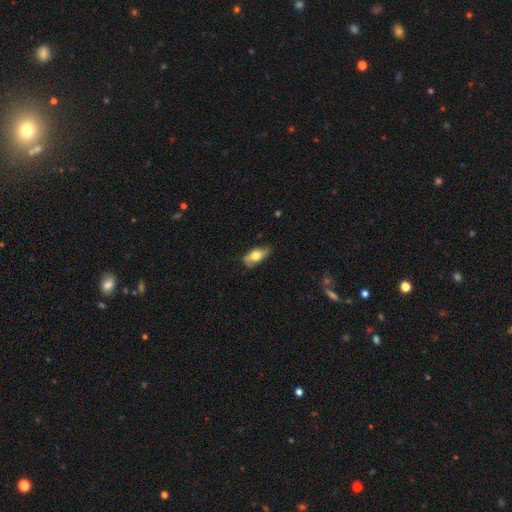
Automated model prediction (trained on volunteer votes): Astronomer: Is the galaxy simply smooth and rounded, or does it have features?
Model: smooth — 68%.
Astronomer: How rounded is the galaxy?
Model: in between — 87%.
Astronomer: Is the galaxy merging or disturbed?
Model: none — 65%.